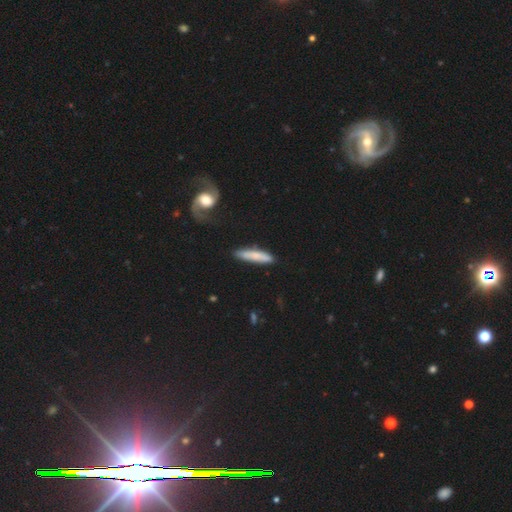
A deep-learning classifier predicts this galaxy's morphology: This appears to be a smooth galaxy with no disk features (71%) that is cigar-shaped (88%). Merging: none (82%).